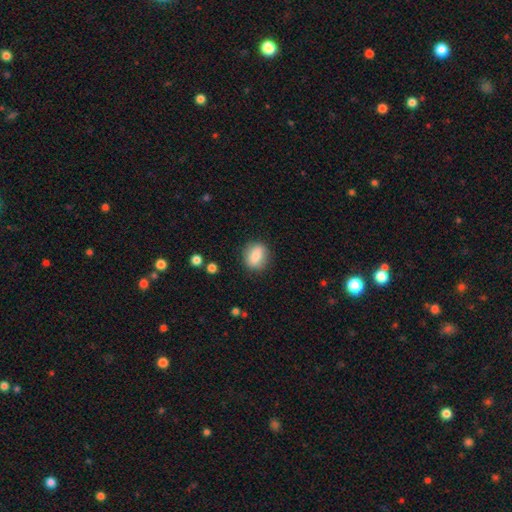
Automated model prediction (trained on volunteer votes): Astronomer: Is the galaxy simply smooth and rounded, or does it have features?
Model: smooth — 79%.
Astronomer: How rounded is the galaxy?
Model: round — 49% (runner-up: in between, 48%).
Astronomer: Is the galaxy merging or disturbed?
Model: none — 84%.